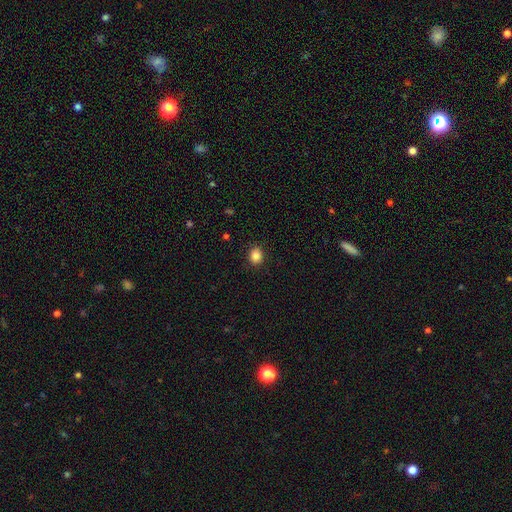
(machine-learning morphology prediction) A smooth galaxy with no disk features (86%) that is round (57%). Merging: none (89%).